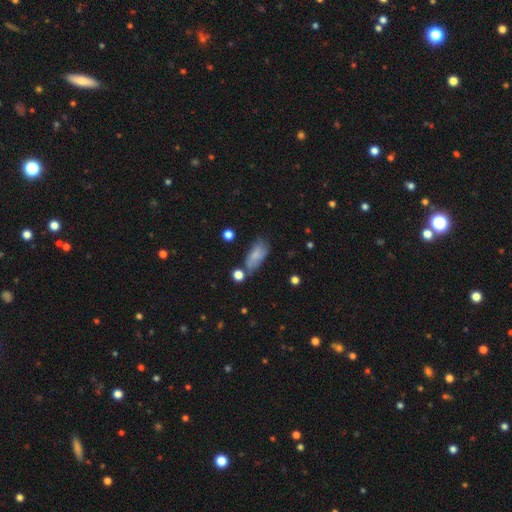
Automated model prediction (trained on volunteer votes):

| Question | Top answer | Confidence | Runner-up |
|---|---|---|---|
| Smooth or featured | smooth | 74% | featured or disk (17%) |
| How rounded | in between | 84% | cigar-shaped (12%) |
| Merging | none | 51% | minor disturbance (28%) |